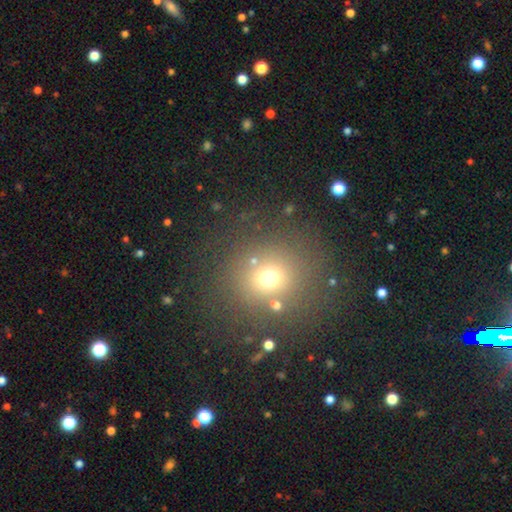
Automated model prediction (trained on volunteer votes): A smooth galaxy with no disk features (53%) that is round (89%). Merging: none (85%).